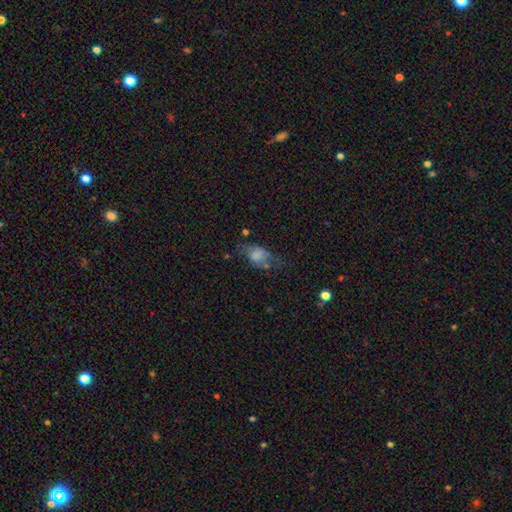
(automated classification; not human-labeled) The model was most divided on "merging": none: 45%, minor disturbance: 27%, major disturbance: 24%, merger: 5%. More confident: how rounded — in between (81%); smooth or featured — smooth (56%).